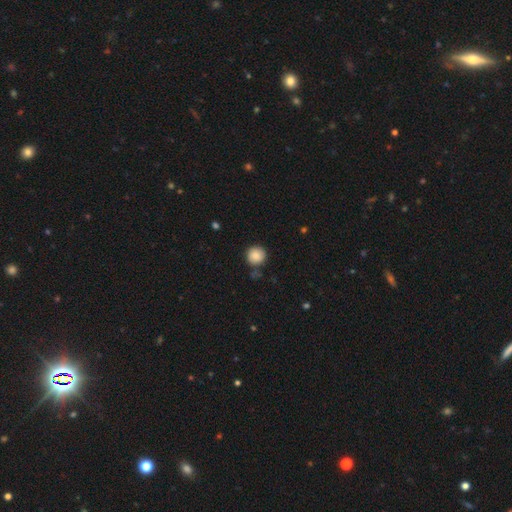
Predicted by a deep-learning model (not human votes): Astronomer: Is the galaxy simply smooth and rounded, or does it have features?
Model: smooth — 86%.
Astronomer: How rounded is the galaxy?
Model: round — 93%.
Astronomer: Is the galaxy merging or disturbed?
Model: none — 82%.